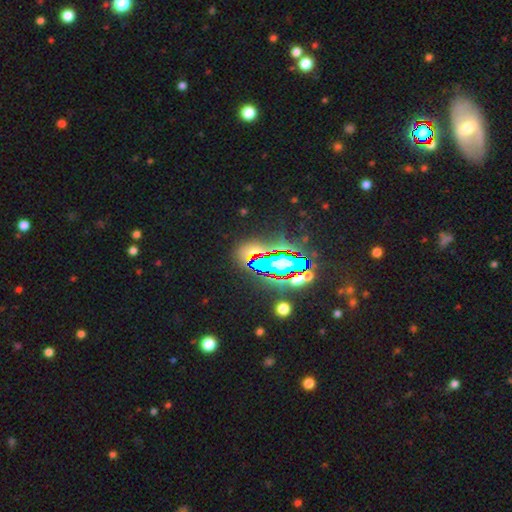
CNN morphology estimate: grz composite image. It shows a star or artifact, not a galaxy (65%).